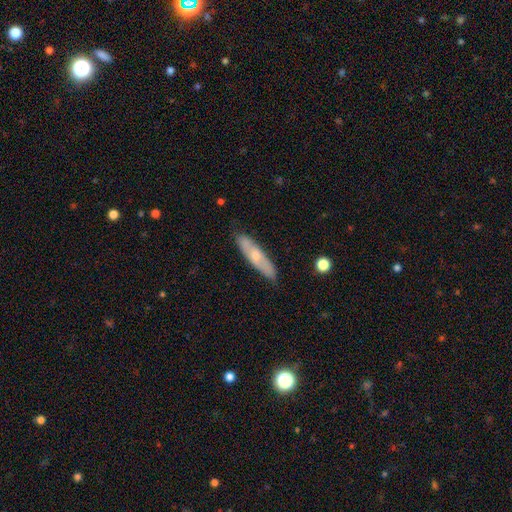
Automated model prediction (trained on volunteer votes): Smooth or featured?
  - smooth: 49% *
  - featured or disk: 45%
  - star or artifact: 6%
Merging?
  - none: 81% *
  - minor disturbance: 15%
  - major disturbance: 3%
  - merger: 1%